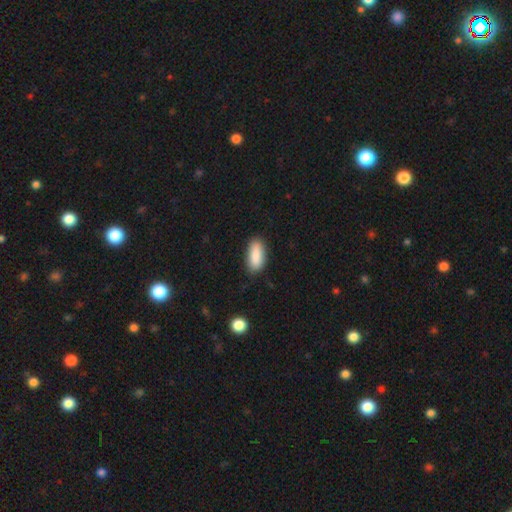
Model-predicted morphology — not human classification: smooth-or-featured: smooth: 88% | star or artifact: 7% | featured or disk: 5%
  how-rounded: in between: 83% | cigar-shaped: 14% | round: 2%
  merging: none: 84% | minor disturbance: 12% | major disturbance: 2% | merger: 1%